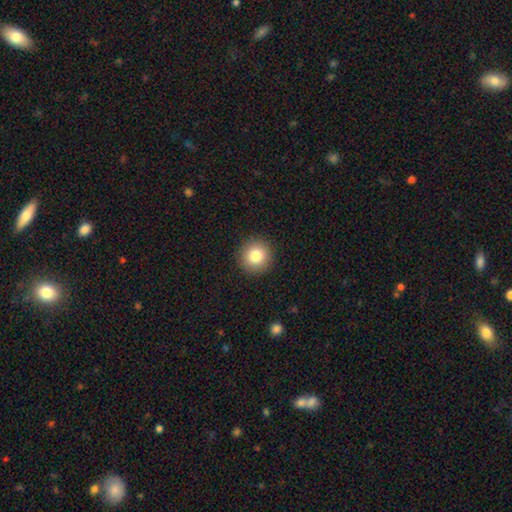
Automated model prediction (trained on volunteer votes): This is clearly a smooth galaxy (82%). How rounded: clearly round (94%). Merging: clearly none (92%).